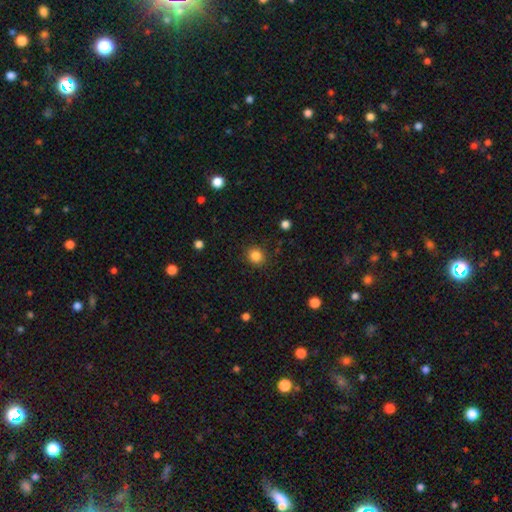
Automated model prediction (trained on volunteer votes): Smooth or featured: smooth — 85% (star or artifact — 11%)
How rounded: round — 86% (in between — 13%)
Merging: none — 89% (minor disturbance — 7%)